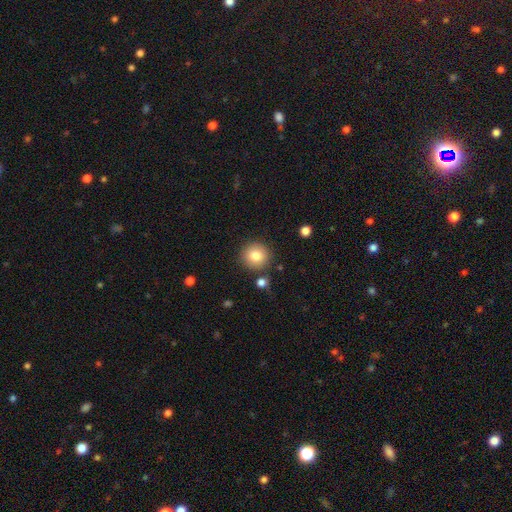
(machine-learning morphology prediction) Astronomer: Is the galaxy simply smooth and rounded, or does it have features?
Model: smooth — 80%.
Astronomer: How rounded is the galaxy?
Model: round — 94%.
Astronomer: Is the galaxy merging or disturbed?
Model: none — 87%.